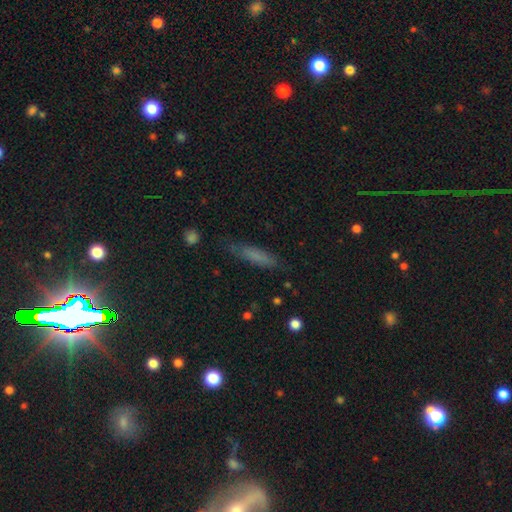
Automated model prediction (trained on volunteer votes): Smooth or featured: smooth — 70% (featured or disk — 19%)
How rounded: cigar-shaped — 78% (in between — 20%)
Merging: none — 76% (minor disturbance — 18%)